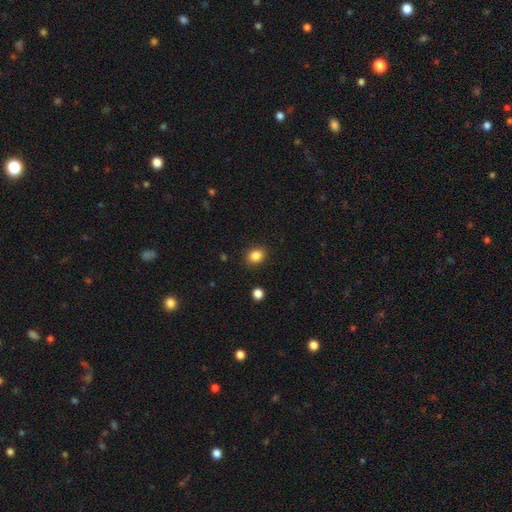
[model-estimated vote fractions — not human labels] Smooth or featured?
  - smooth: 85% *
  - star or artifact: 10%
  - featured or disk: 4%
How rounded?
  - round: 59% *
  - in between: 40%
  - cigar-shaped: 1%
Merging?
  - none: 88% *
  - minor disturbance: 8%
  - major disturbance: 2%
  - merger: 2%